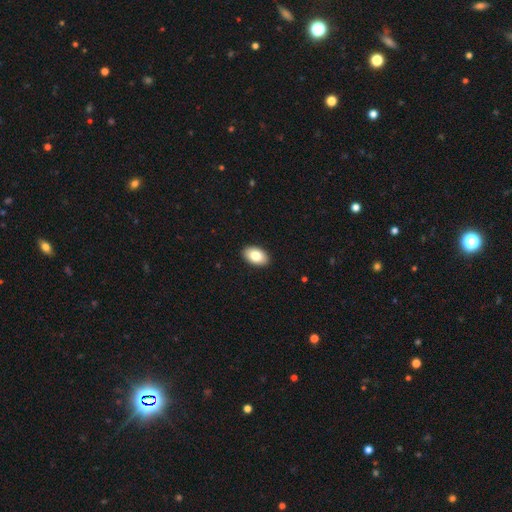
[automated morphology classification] This appears to be a smooth galaxy with no disk features (83%) that is in between round and cigar-shaped (92%). Merging: none (91%).